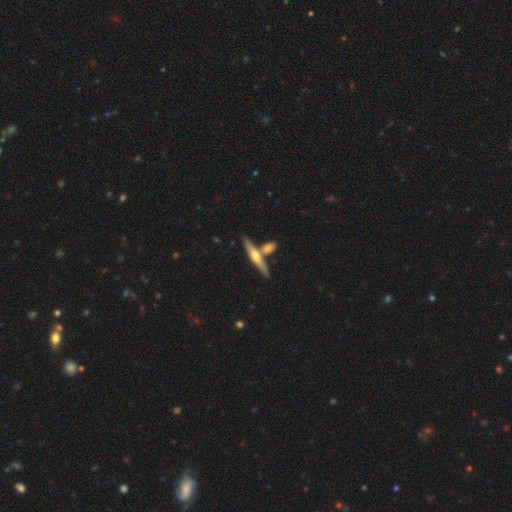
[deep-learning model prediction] Smooth or featured? Predicted: featured or disk (p=0.64). Edge-on disk? Predicted: yes (p=0.96). Edge-on bulge? Predicted: rounded (p=0.87). Merging? Predicted: none (p=0.69).